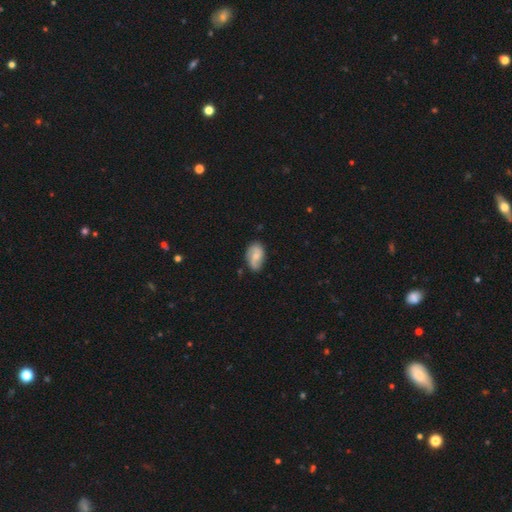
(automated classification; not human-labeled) Overall: smooth (50%; featured or disk 42%). How rounded: in between (89%). Merging: none (67%).